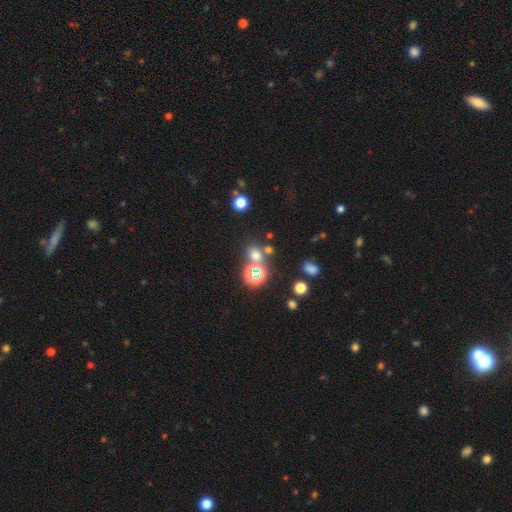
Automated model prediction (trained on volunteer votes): Smooth or featured? smooth (57%)
How rounded? round (65%)
Merging? none (66%)